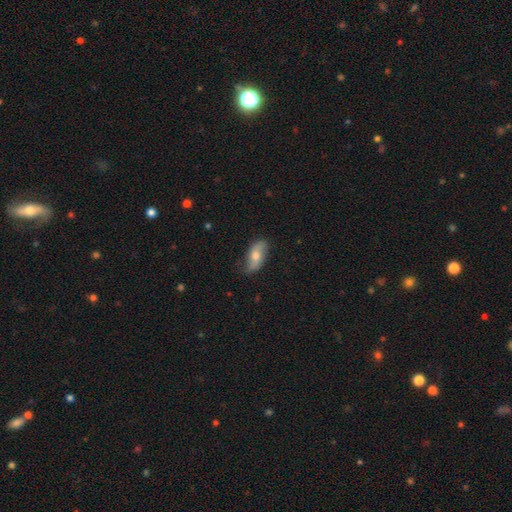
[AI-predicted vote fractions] A smooth galaxy with no disk features (54%) that is in between round and cigar-shaped (86%). Merging: none (72%).